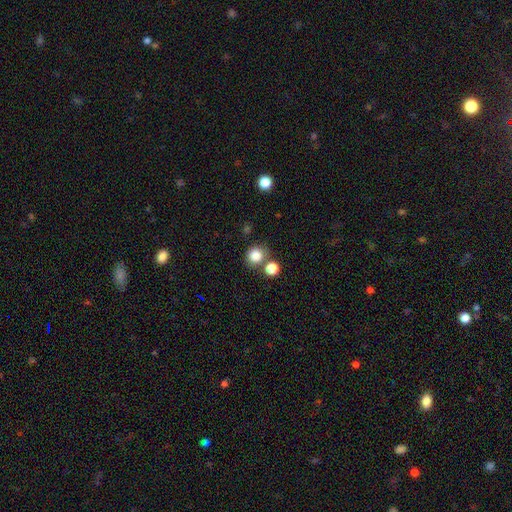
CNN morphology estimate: Smooth or featured: smooth — 83% (star or artifact — 11%)
How rounded: round — 86% (in between — 13%)
Merging: none — 69% (merger — 18%)